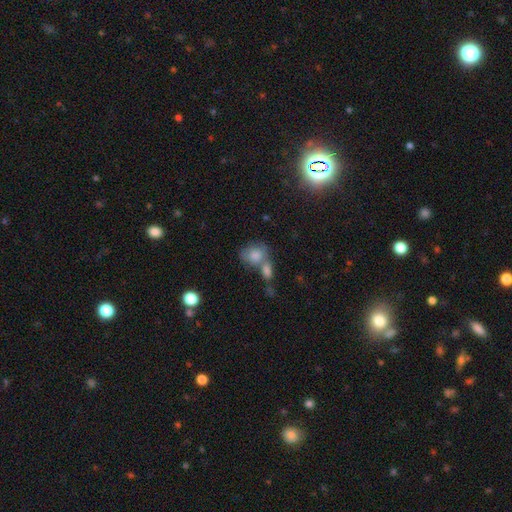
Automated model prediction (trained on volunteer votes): Overall: smooth (80%). How rounded: round (51%; in between 47%). Merging: merger (51%; none 30%).